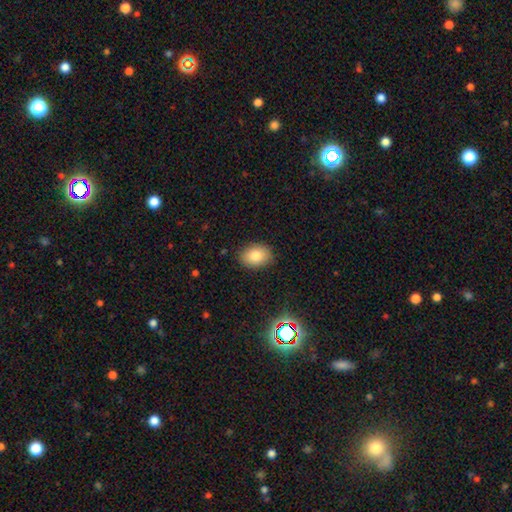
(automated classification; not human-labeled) Morphology: type=smooth (80%); roundness=in between (72%); merging=none (87%).